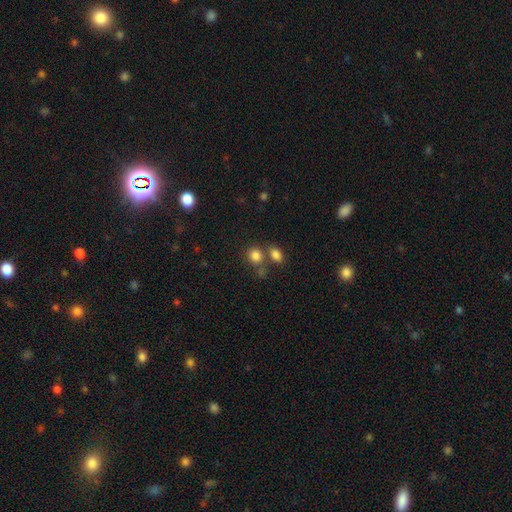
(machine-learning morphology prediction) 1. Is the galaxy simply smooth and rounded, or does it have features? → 82% smooth, 12% star or artifact, 6% featured or disk.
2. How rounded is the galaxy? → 64% round, 35% in between, 1% cigar-shaped.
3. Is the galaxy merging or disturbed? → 56% none, 30% merger, 10% minor disturbance, 5% major disturbance.